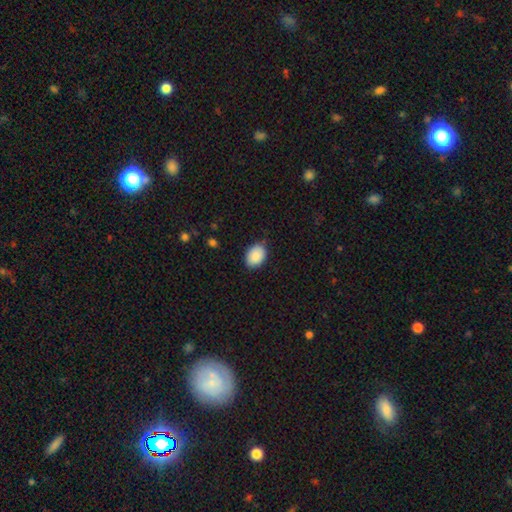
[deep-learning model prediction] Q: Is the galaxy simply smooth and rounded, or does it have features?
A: smooth — 90%.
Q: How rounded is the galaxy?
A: in between — 79%.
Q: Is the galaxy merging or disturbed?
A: none — 82%.